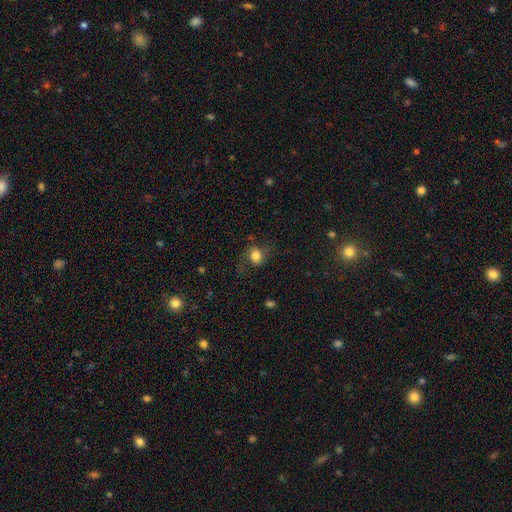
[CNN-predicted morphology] Overall: smooth (74%). How rounded: round (55%; in between 43%). Merging: none (60%; minor disturbance 22%).